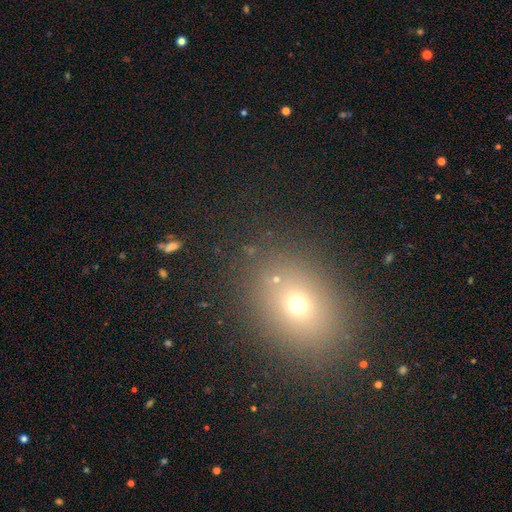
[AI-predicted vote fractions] smooth 60%, star or artifact 29%, featured or disk 11%. Down the decision tree: how rounded — in between (51%); merging — none (84%).